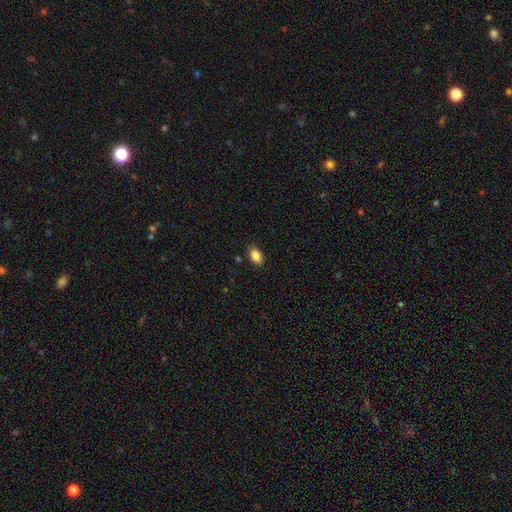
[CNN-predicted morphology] Smooth or featured? smooth (86%)
How rounded? in between (89%)
Merging? none (84%)